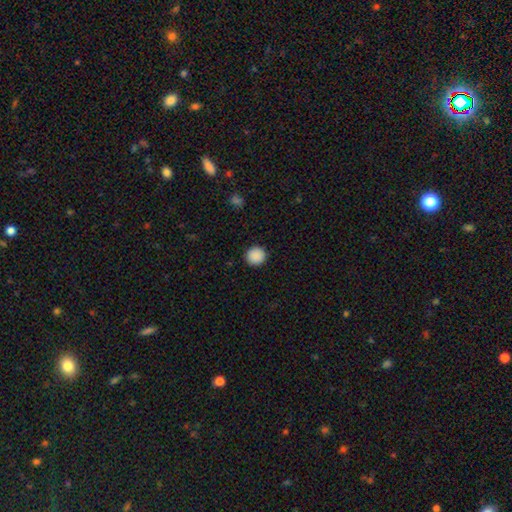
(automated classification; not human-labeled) Q: Smooth or featured?
A: smooth (90%); runner-up: star or artifact (8%)
Q: How rounded?
A: round (94%); runner-up: in between (5%)
Q: Merging?
A: none (92%); runner-up: minor disturbance (5%)